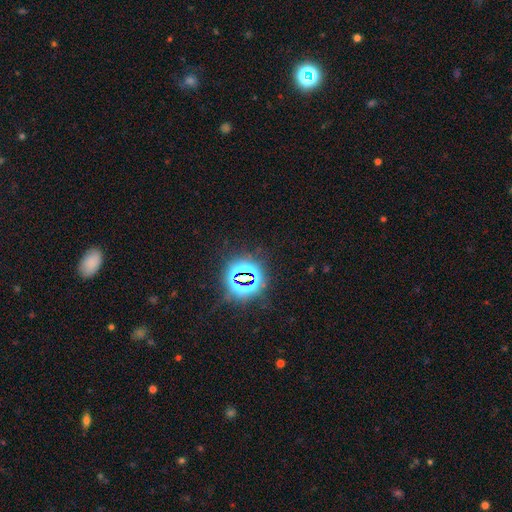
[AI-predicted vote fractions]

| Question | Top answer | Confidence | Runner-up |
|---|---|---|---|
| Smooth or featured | star or artifact | 81% | smooth (12%) |